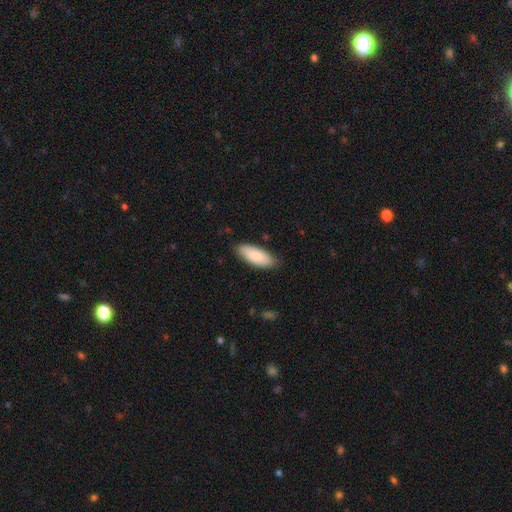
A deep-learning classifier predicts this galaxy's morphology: The model was most divided on "how rounded": in between: 77%, cigar-shaped: 21%, round: 2%. More confident: smooth or featured — smooth (86%); merging — none (85%).